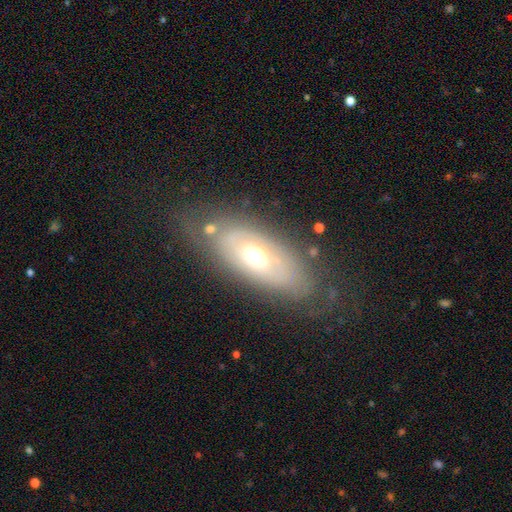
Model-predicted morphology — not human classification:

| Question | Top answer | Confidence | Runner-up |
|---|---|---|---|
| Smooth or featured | featured or disk | 58% | smooth (34%) |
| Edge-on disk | no | 82% | yes (18%) |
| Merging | none | 69% | minor disturbance (19%) |